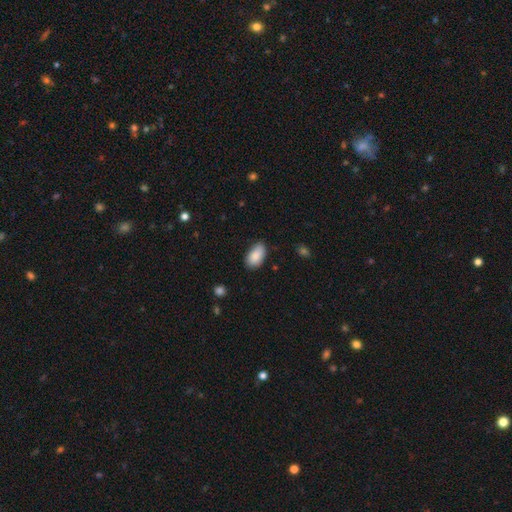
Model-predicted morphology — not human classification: type=smooth (88%); roundness=in between (94%); merging=none (74%).